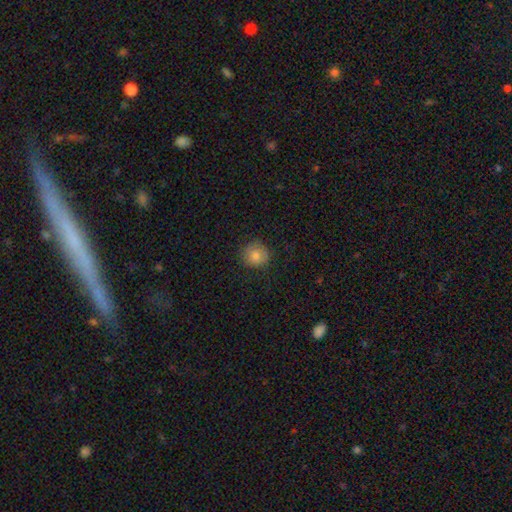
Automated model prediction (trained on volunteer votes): smooth-or-featured: smooth: 81% | star or artifact: 10% | featured or disk: 9%
  how-rounded: round: 87% | in between: 12% | cigar-shaped: 1%
  merging: none: 81% | minor disturbance: 15% | major disturbance: 3% | merger: 1%